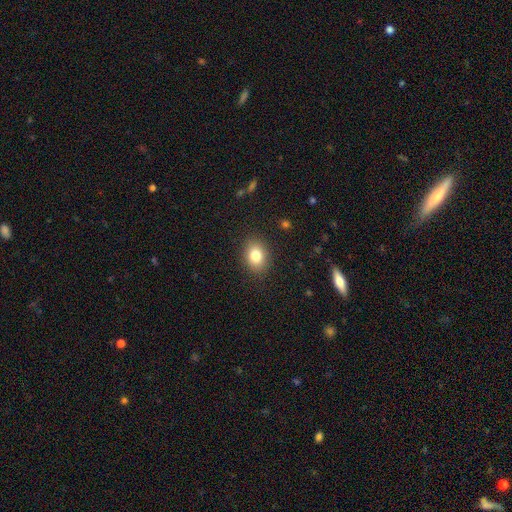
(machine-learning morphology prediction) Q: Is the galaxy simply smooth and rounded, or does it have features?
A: smooth — 82%.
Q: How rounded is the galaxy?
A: in between — 65%.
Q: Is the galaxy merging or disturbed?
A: none — 88%.